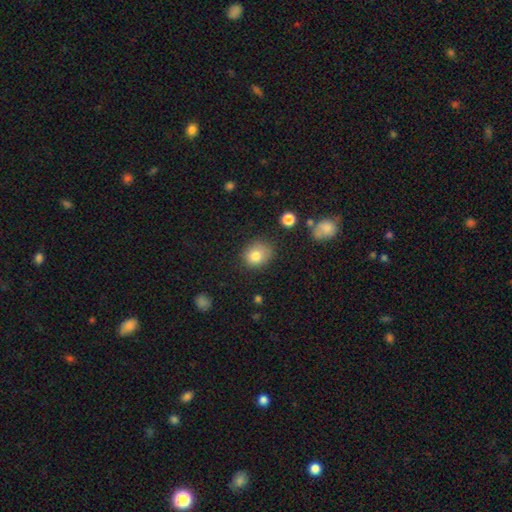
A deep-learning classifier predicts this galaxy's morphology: Overall: smooth (81%). How rounded: round (64%; in between 35%). Merging: none (70%).